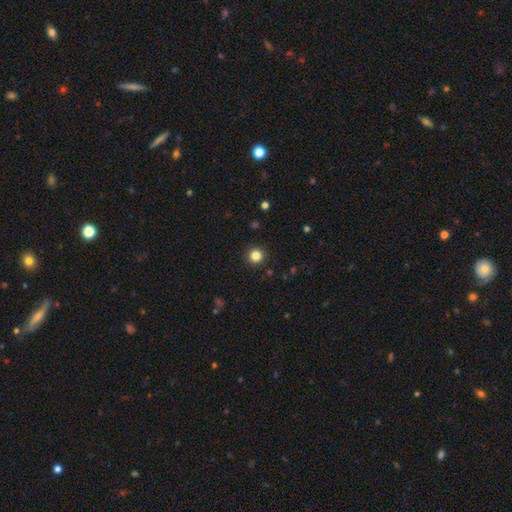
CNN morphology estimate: This appears to be a smooth galaxy with no disk features (84%) that is round (95%). Merging: none (93%).